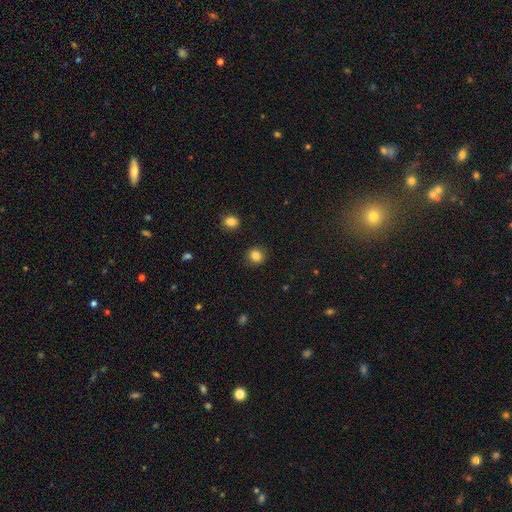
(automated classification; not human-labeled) Smooth or featured: smooth — 84% (star or artifact — 11%)
How rounded: round — 84% (in between — 16%)
Merging: none — 88% (minor disturbance — 8%)